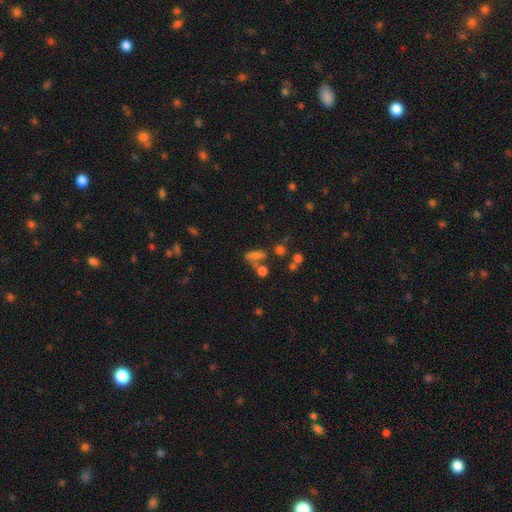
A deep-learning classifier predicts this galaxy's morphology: This is likely a smooth galaxy (64%). How rounded: possibly in between (59%). Merging: possibly none (50%).